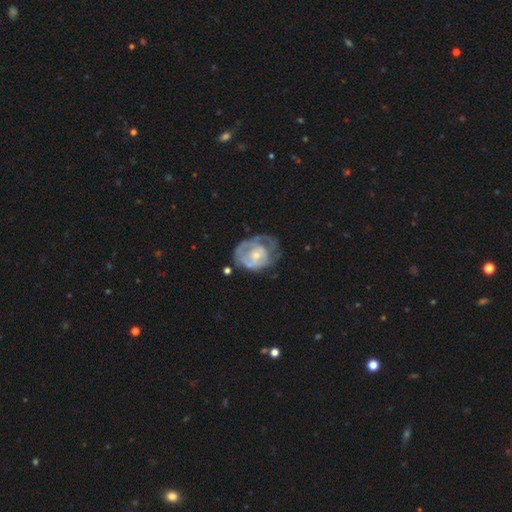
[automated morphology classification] smooth_or_featured: featured or disk (p=0.66) [alt: smooth p=0.28]
disk_edge_on: no (p=0.97) [alt: yes p=0.03]
bar: no (p=0.77) [alt: weak p=0.19]
has_spiral_arms: yes (p=0.50) [tied with: no p=0.50]
bulge_size: small (p=0.54) [alt: moderate p=0.36]
merging: none (p=0.41) [alt: major disturbance p=0.28]